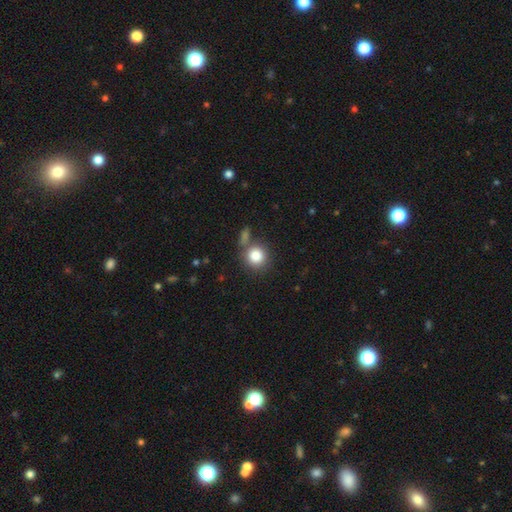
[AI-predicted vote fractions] A smooth galaxy with no disk features (83%) that is round (90%).

Vote fractions:
- Smooth or featured? smooth: 83% / star or artifact: 10% / featured or disk: 7%
- How rounded? round: 90% / in between: 9% / cigar-shaped: 1%
- Merging? none: 70% / merger: 15% / minor disturbance: 11% / major disturbance: 4%